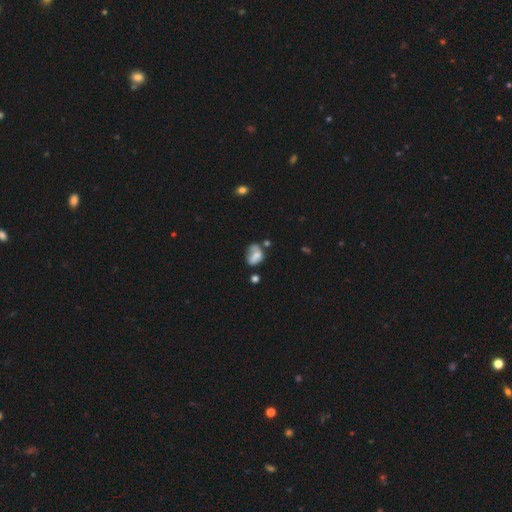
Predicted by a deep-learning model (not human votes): Morphology: type=smooth (59%); roundness=in between (72%); merging=none (28%).